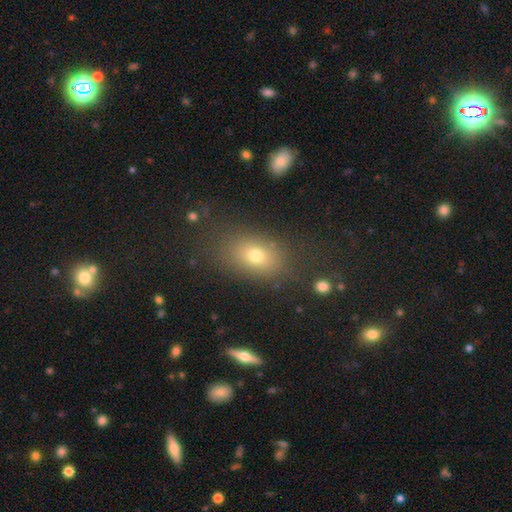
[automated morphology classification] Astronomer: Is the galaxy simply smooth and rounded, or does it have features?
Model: smooth — 69%.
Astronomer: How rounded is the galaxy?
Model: in between — 75%.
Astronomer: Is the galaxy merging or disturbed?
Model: none — 78%.